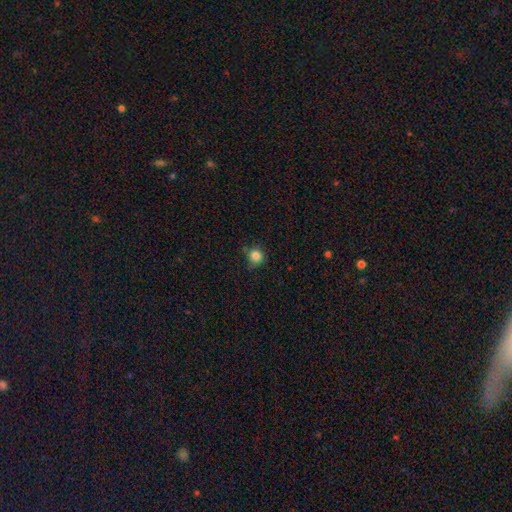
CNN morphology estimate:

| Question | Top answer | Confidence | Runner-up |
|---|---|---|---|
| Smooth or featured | smooth | 83% | star or artifact (12%) |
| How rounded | round | 90% | in between (9%) |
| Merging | none | 70% | minor disturbance (22%) |